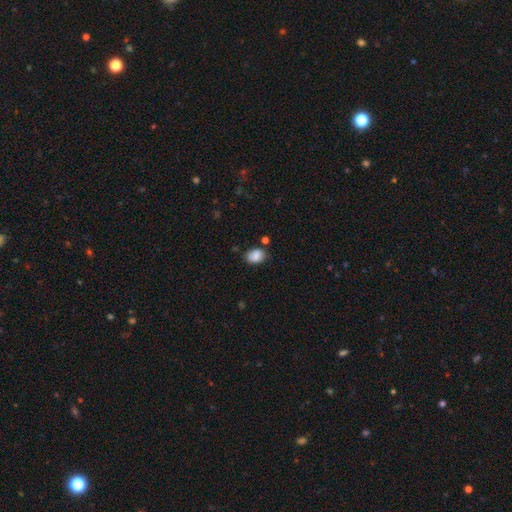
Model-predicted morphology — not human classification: This is clearly a smooth galaxy (84%). How rounded: likely in between (76%). Merging: likely none (69%).